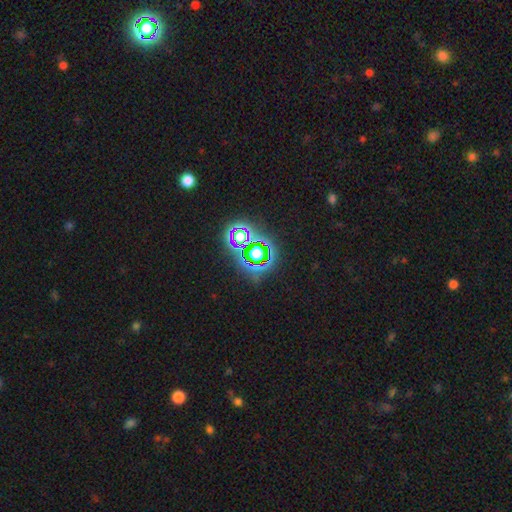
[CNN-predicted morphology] type=star or artifact (77%).